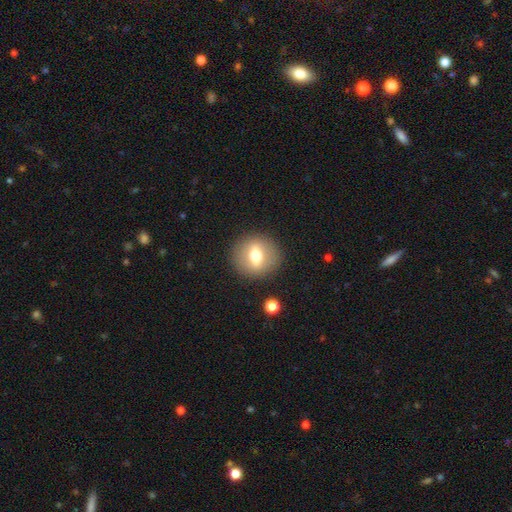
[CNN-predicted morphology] A smooth galaxy with no disk features (58%) that is round (79%). Merging: none (88%).